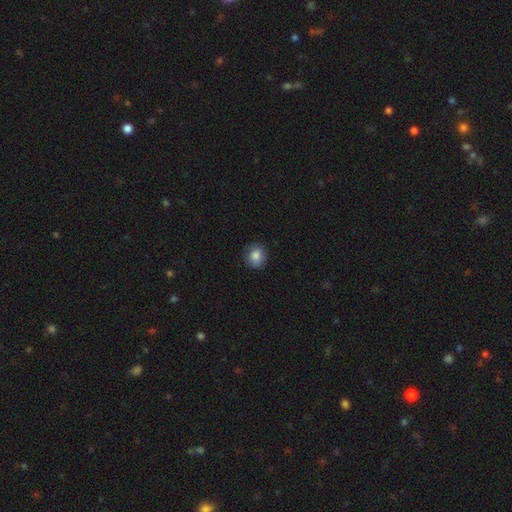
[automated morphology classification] This appears to be a smooth galaxy with no disk features (84%) that is round (78%). Merging: none (83%).